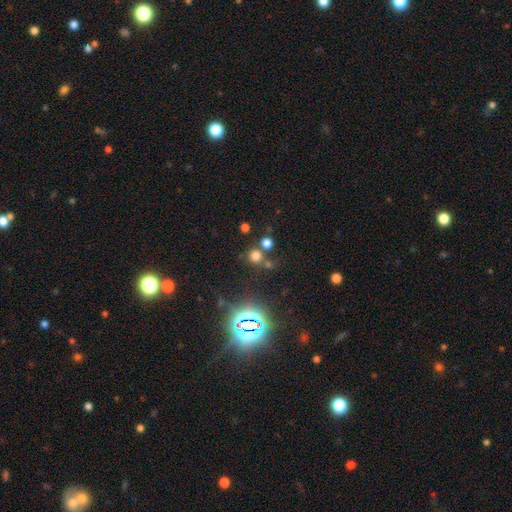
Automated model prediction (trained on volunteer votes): smooth-or-featured: smooth: 62% | star or artifact: 31% | featured or disk: 7%
  how-rounded: round: 90% | in between: 9% | cigar-shaped: 1%
  merging: none: 70% | merger: 19% | minor disturbance: 7% | major disturbance: 4%